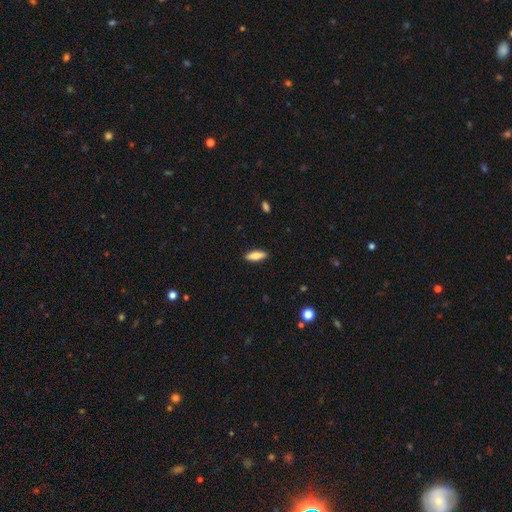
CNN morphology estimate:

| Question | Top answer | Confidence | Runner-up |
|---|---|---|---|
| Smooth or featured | smooth | 80% | featured or disk (14%) |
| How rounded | in between | 63% | cigar-shaped (35%) |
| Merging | none | 90% | minor disturbance (8%) |